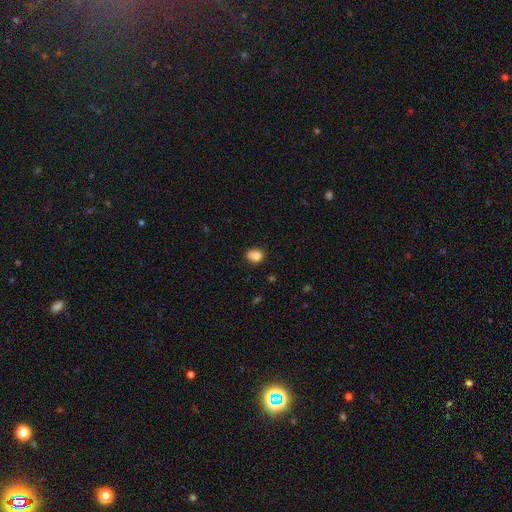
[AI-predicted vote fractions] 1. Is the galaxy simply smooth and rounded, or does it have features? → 77% smooth, 13% featured or disk, 11% star or artifact.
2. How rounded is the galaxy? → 70% round, 30% in between, 1% cigar-shaped.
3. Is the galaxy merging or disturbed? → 43% none, 38% merger, 14% minor disturbance, 5% major disturbance.